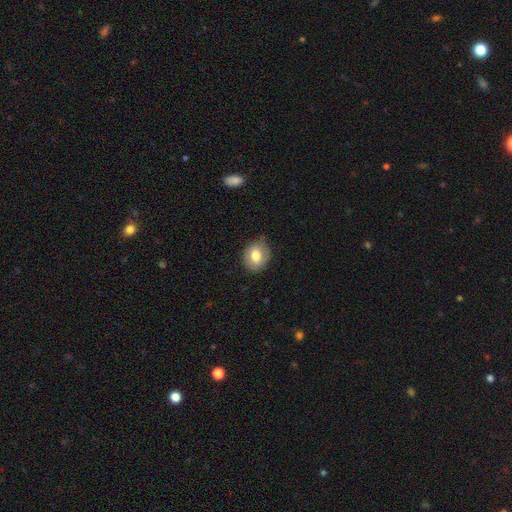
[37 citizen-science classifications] Overall: smooth (81%). How rounded: in between (53%; round 47%). Merging: none (83%).